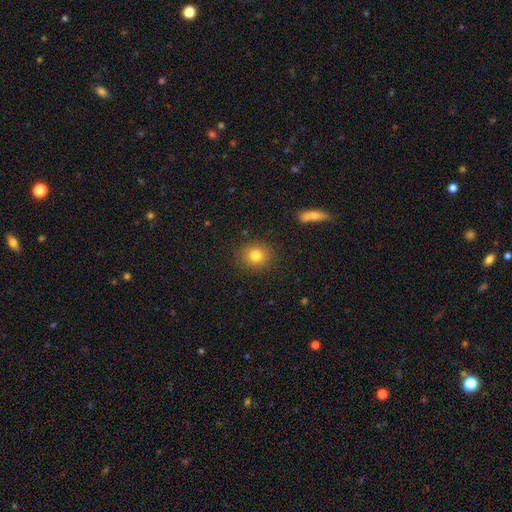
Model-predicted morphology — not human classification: Smooth or featured? Predicted: smooth (p=0.80). How rounded? Predicted: round (p=0.82). Merging? Predicted: none (p=0.89).